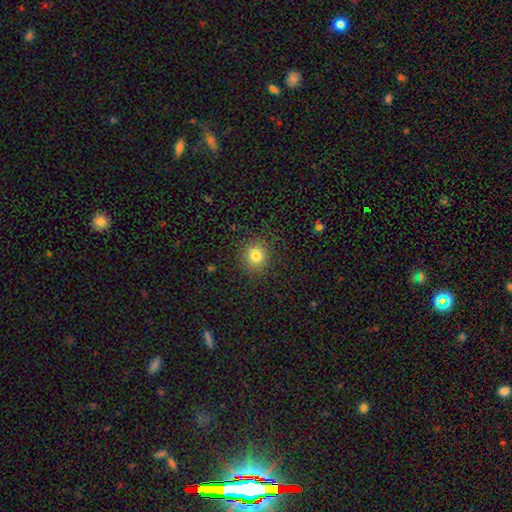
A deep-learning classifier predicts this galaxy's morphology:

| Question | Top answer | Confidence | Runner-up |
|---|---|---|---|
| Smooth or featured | smooth | 81% | star or artifact (13%) |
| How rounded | round | 91% | in between (8%) |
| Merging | none | 89% | minor disturbance (7%) |